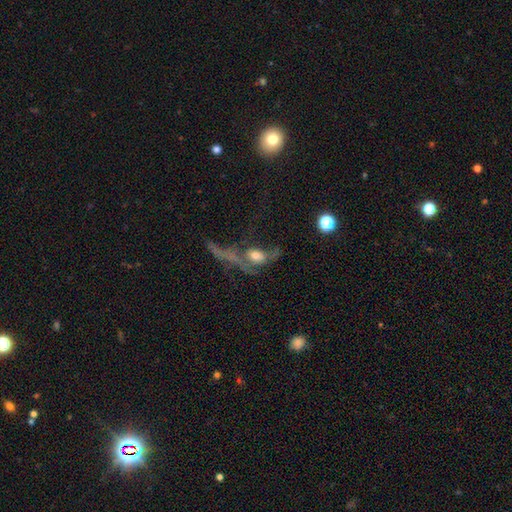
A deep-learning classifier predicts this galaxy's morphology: Q: Smooth or featured?
A: smooth (43%); runner-up: featured or disk (42%)
Q: Merging?
A: major disturbance (40%); runner-up: merger (27%)